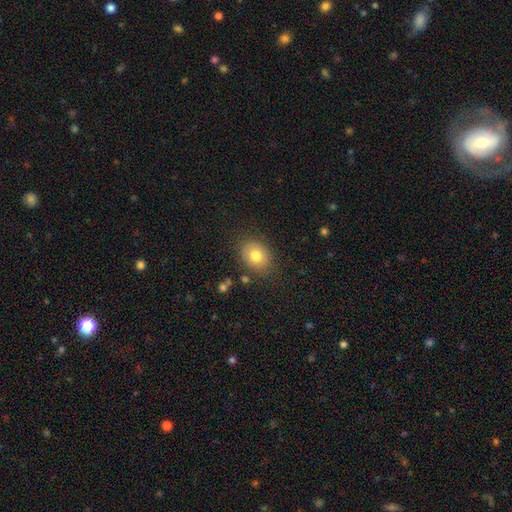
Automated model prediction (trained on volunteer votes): The model was most divided on "how rounded": in between: 52%, round: 47%, cigar-shaped: 1%. More confident: merging — none (82%); smooth or featured — smooth (78%).